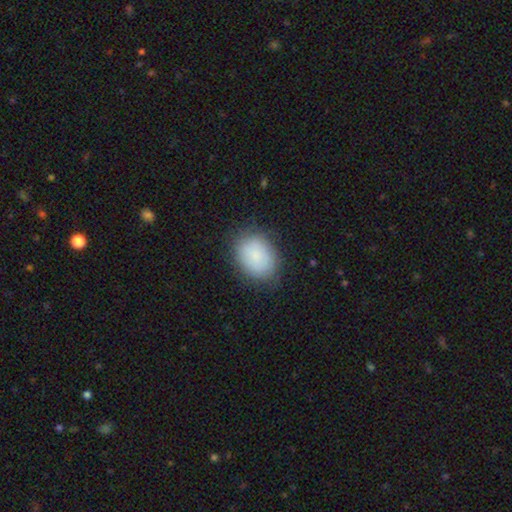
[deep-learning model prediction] Morphology: type=smooth (84%); roundness=in between (65%); merging=none (79%).